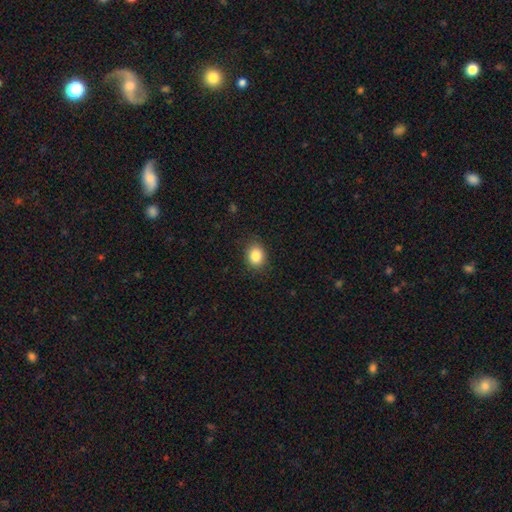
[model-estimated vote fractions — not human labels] This appears to be a smooth galaxy with no disk features (86%) that is round (54%). Merging: none (87%).